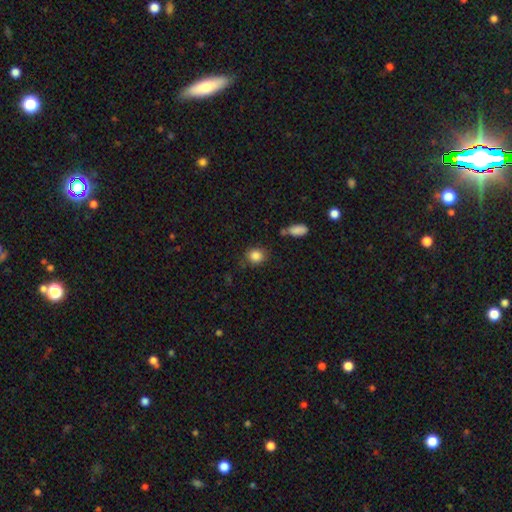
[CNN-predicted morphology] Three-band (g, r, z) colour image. It shows a smooth galaxy with no disk features (86%) that is round (75%). Merging: none (78%).